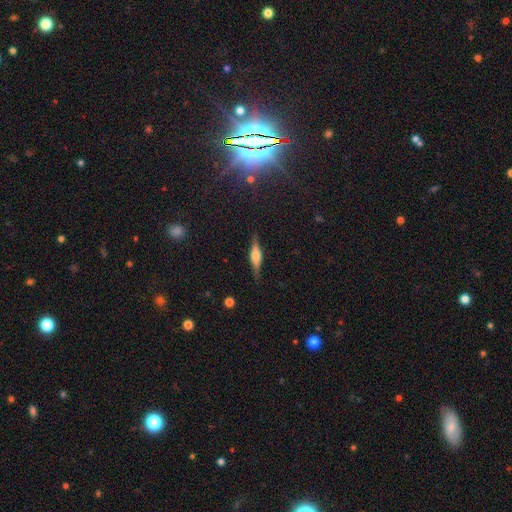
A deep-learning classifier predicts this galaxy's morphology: Q: Smooth or featured?
A: featured or disk (64%); runner-up: smooth (28%)
Q: Edge-on disk?
A: yes (97%); runner-up: no (3%)
Q: Edge-on bulge?
A: rounded (70%); runner-up: boxy (25%)
Q: Merging?
A: none (87%); runner-up: minor disturbance (10%)